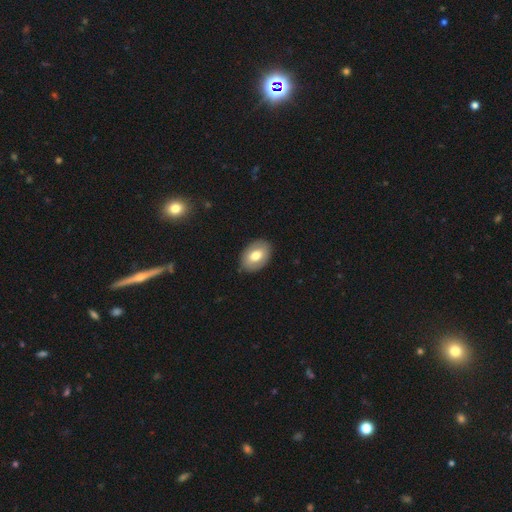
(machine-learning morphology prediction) type=smooth (72%); roundness=in between (84%); merging=none (87%).